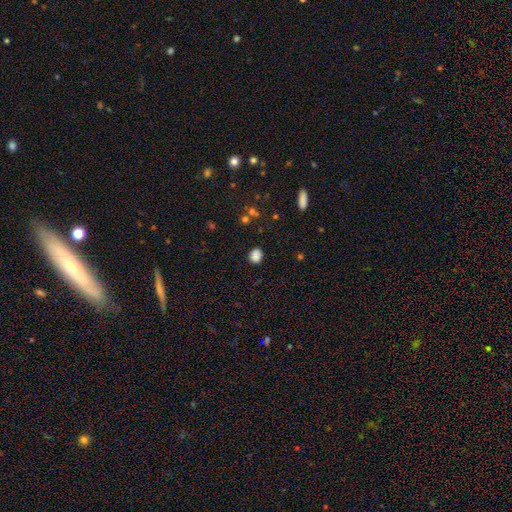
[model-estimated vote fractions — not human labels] A smooth galaxy with no disk features (86%) that is round (65%). Merging: none (86%).